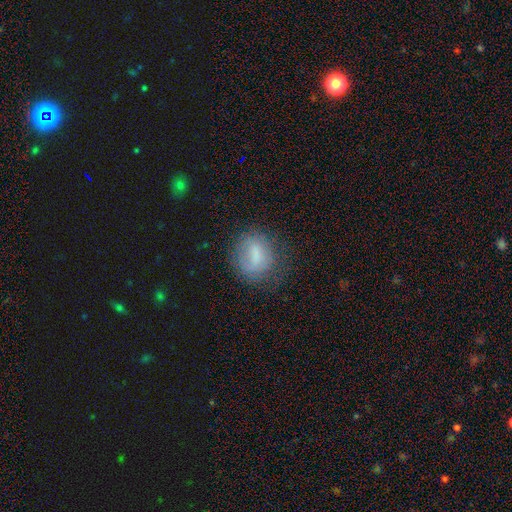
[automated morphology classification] type=smooth (70%); roundness=round (55%); merging=none (63%).